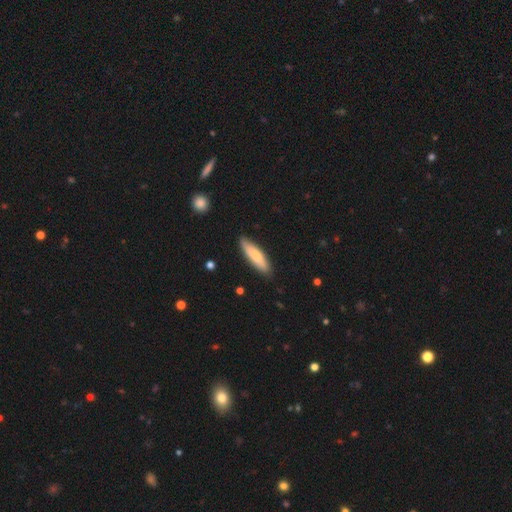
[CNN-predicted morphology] A smooth galaxy with no disk features (72%) that is cigar-shaped (65%). Merging: none (85%).